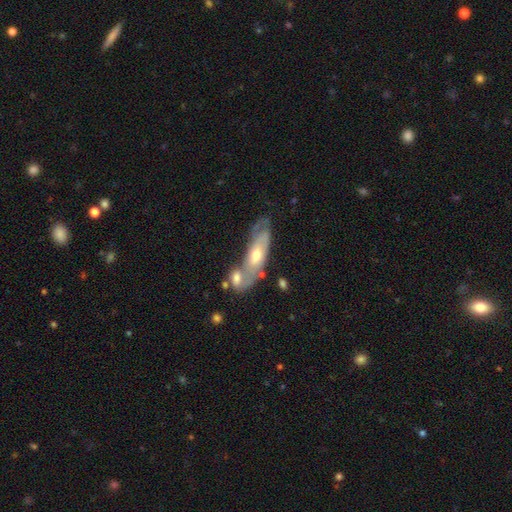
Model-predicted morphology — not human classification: Smooth or featured: featured or disk — 65% (smooth — 28%)
Edge-on disk: no — 75% (yes — 25%)
Merging: none — 39% (merger — 36%)